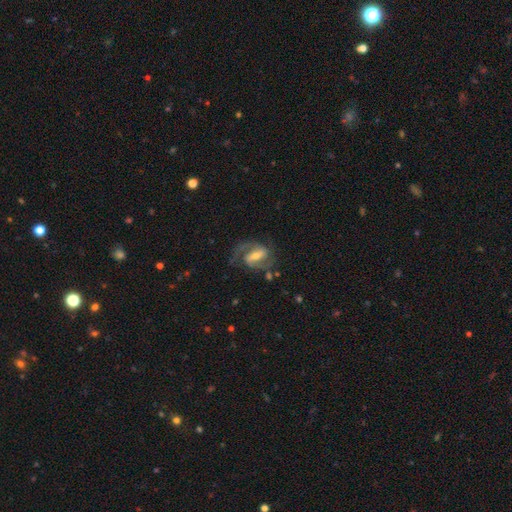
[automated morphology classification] Q: Smooth or featured?
A: featured or disk (86%); runner-up: smooth (8%)
Q: Edge-on disk?
A: no (97%); runner-up: yes (3%)
Q: Bar?
A: strong (48%); runner-up: weak (39%)
Q: Spiral arms?
A: yes (96%); runner-up: no (4%)
Q: Spiral winding?
A: medium (55%); runner-up: tight (26%)
Q: Spiral arm count?
A: 2 (85%); runner-up: 1 (6%)
Q: Bulge size?
A: moderate (48%); runner-up: small (42%)
Q: Merging?
A: none (68%); runner-up: minor disturbance (17%)